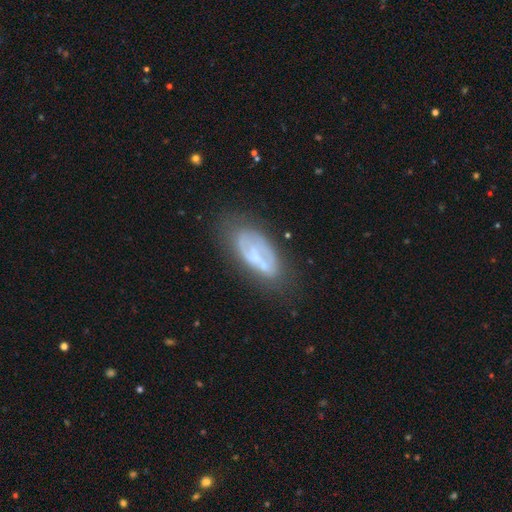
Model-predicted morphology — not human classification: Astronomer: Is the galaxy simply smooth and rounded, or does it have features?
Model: featured or disk — 59%.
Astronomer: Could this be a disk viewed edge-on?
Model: no — 89%.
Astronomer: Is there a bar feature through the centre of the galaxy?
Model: no — 59%.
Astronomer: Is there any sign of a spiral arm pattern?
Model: no — 56% (runner-up: yes, 44%).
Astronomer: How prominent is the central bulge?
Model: small — 44% (runner-up: none, 32%).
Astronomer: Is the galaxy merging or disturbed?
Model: none — 58%.